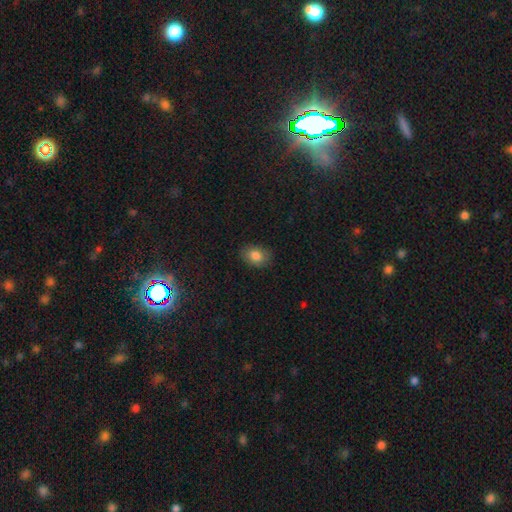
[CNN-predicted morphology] The model was most divided on "how rounded": in between: 74%, round: 25%, cigar-shaped: 1%. More confident: merging — none (85%); smooth or featured — smooth (83%).